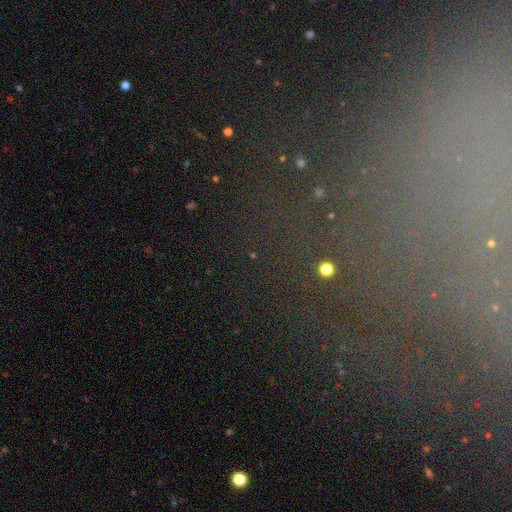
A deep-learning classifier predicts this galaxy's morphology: Smooth or featured? Predicted: star or artifact (p=0.63).